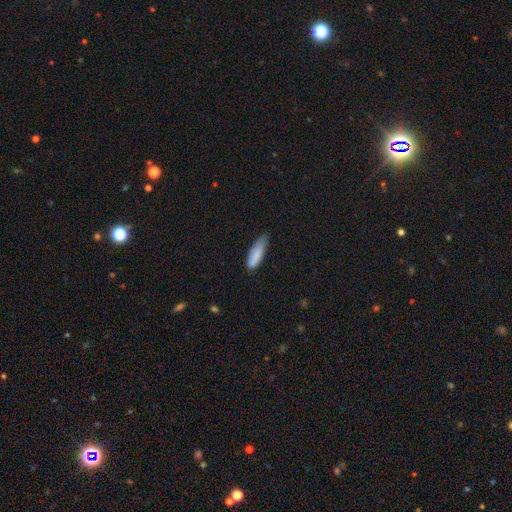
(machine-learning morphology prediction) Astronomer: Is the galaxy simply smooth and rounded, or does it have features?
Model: smooth — 85%.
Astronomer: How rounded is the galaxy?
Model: cigar-shaped — 51% (runner-up: in between, 48%).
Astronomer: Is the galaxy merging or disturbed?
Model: none — 50% (runner-up: minor disturbance, 40%).